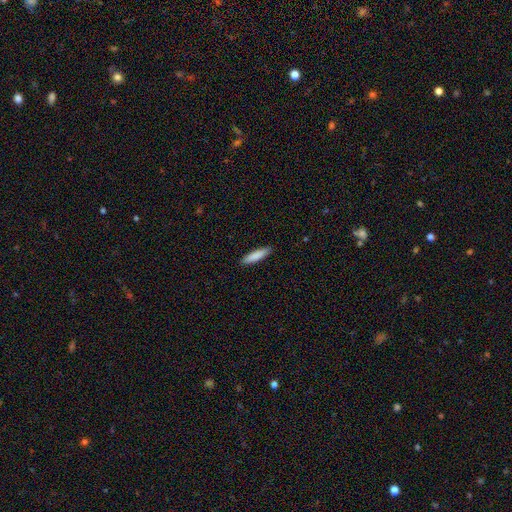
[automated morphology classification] Q: Smooth or featured?
A: smooth (85%); runner-up: featured or disk (9%)
Q: How rounded?
A: cigar-shaped (80%); runner-up: in between (19%)
Q: Merging?
A: none (91%); runner-up: minor disturbance (7%)